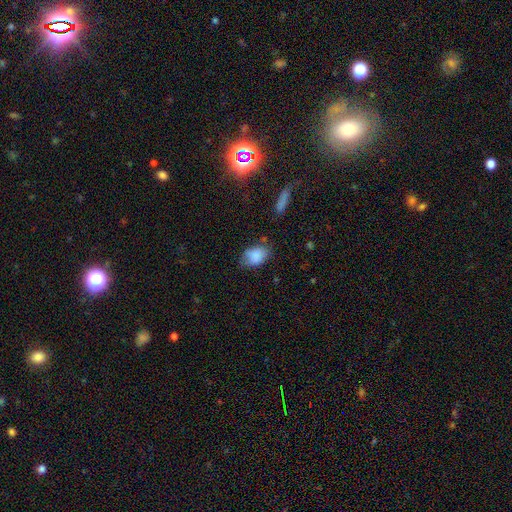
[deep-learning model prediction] This appears to be a smooth galaxy with no disk features (83%) that is in between round and cigar-shaped (81%). Merging: none (58%).